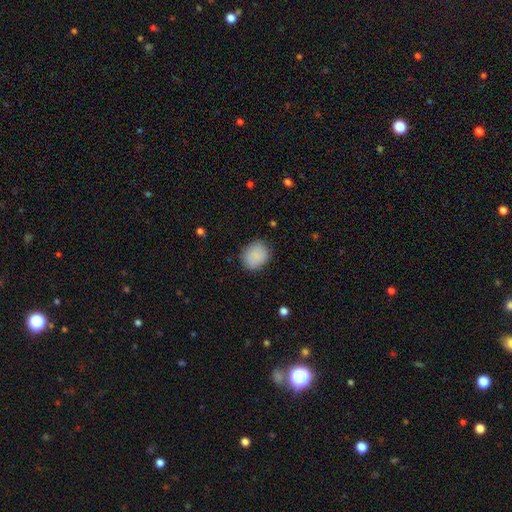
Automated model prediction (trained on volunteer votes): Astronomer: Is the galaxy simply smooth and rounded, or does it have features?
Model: smooth — 88%.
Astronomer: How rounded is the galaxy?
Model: round — 67%.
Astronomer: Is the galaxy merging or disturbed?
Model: none — 84%.